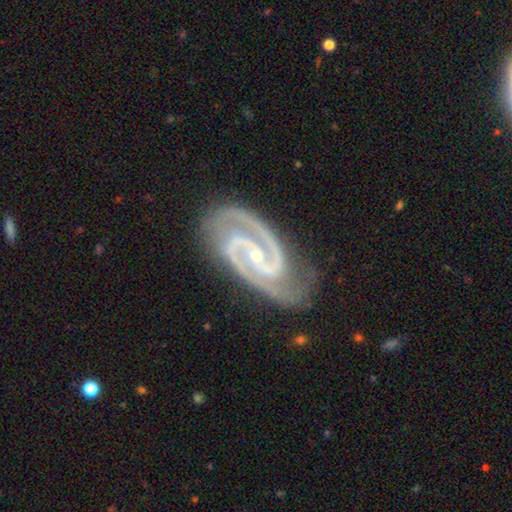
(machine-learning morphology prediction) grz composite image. It shows a featured or disk galaxy (94%) with a weak bar (37%), 2 (92%) medium (51%) spiral arms (99%) and a small central bulge (79%). Merging: none (78%).